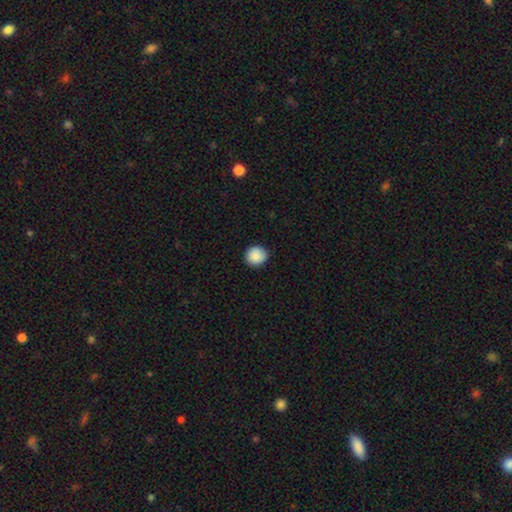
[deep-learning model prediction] The model was most divided on "how rounded": round: 87%, in between: 12%, cigar-shaped: 1%. More confident: merging — none (89%); smooth or featured — smooth (89%).